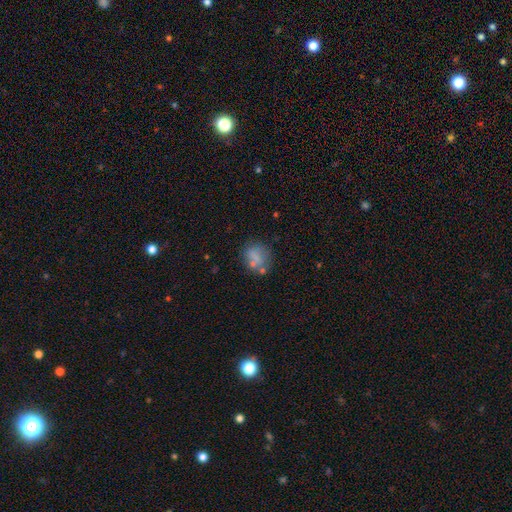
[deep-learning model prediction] Smooth or featured?
  - smooth: 66% *
  - featured or disk: 22%
  - star or artifact: 12%
How rounded?
  - round: 62% *
  - in between: 36%
  - cigar-shaped: 2%
Merging?
  - none: 57% *
  - minor disturbance: 19%
  - merger: 15%
  - major disturbance: 9%